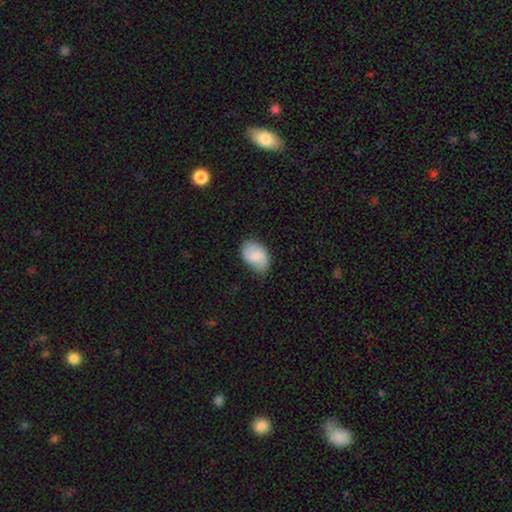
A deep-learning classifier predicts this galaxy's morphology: Overall: smooth (67%). How rounded: in between (86%). Merging: none (65%; minor disturbance 28%).